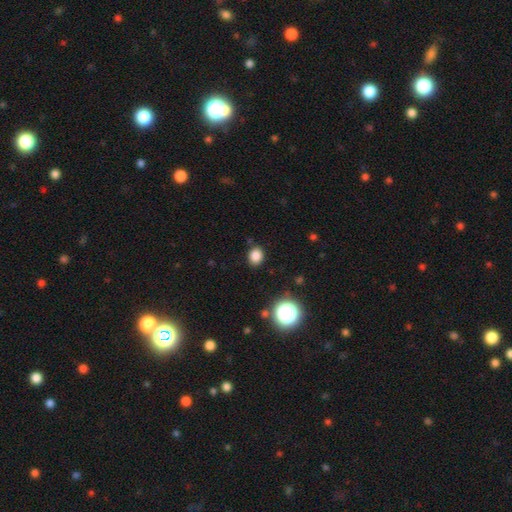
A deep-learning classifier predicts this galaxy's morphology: Q: Smooth or featured?
A: smooth (83%); runner-up: star or artifact (13%)
Q: How rounded?
A: round (57%); runner-up: in between (42%)
Q: Merging?
A: none (86%); runner-up: minor disturbance (9%)